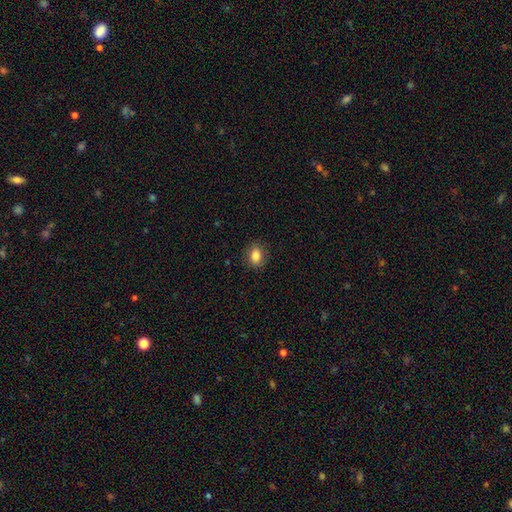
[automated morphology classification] smooth-or-featured: smooth: 84% | star or artifact: 9% | featured or disk: 8%
  how-rounded: in between: 70% | round: 28% | cigar-shaped: 2%
  merging: none: 84% | minor disturbance: 11% | major disturbance: 3% | merger: 1%